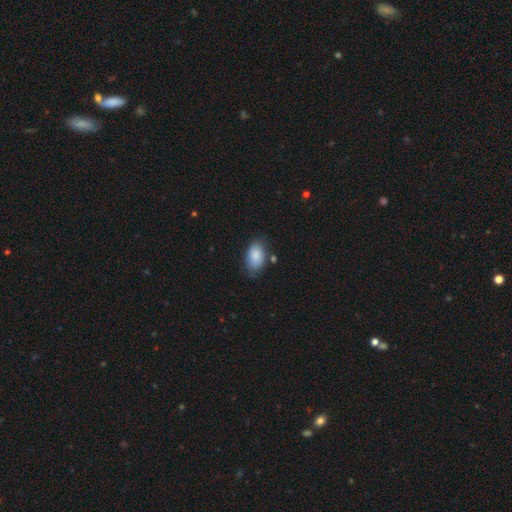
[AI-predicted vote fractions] The model was most divided on "merging": none: 70%, minor disturbance: 22%, major disturbance: 5%, merger: 4%. More confident: how rounded — in between (91%); smooth or featured — smooth (86%).